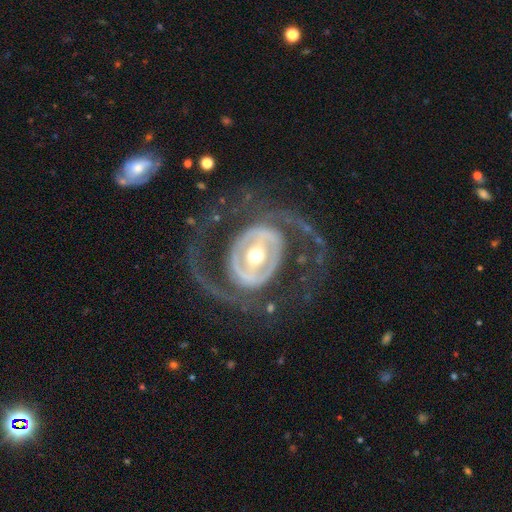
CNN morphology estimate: Smooth or featured? featured or disk (87%)
Edge-on disk? no (96%)
Bar? strong (43%)
Spiral arms? yes (79%)
Spiral winding? medium (43%)
Spiral arm count? 2 (83%)
Bulge size? moderate (69%)
Merging? none (67%)